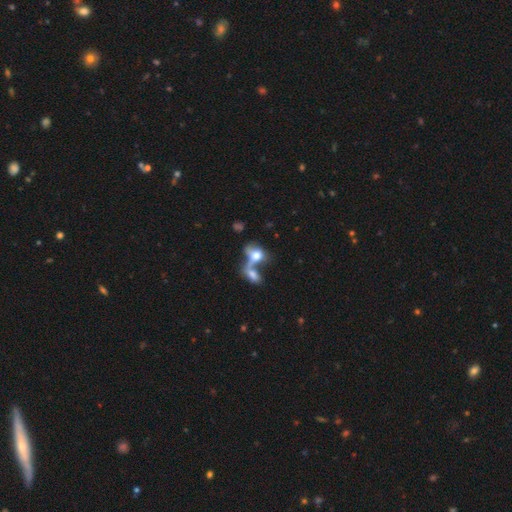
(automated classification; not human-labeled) Q: Smooth or featured?
A: smooth (66%); runner-up: featured or disk (24%)
Q: How rounded?
A: in between (72%); runner-up: round (23%)
Q: Merging?
A: merger (69%); runner-up: none (16%)